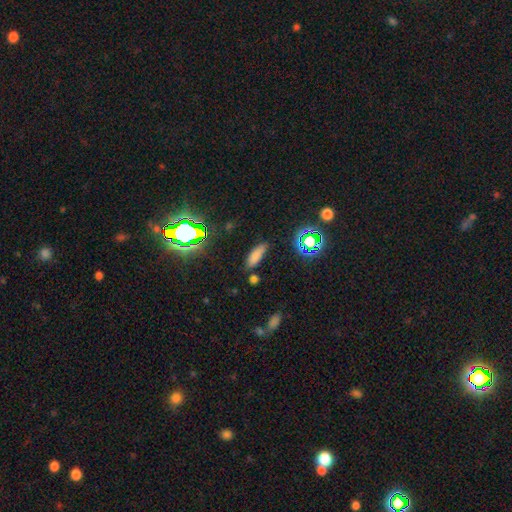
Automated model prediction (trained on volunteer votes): A smooth galaxy with no disk features (73%) that is in between round and cigar-shaped (56%). Merging: none (78%).